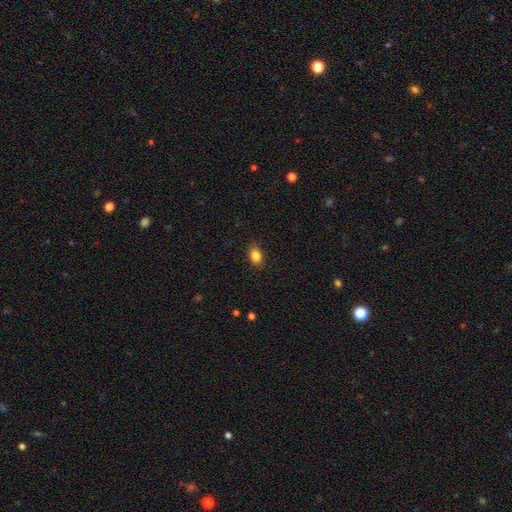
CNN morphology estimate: smooth 85%, star or artifact 10%, featured or disk 5%. Down the decision tree: how rounded — in between (74%); merging — none (88%).